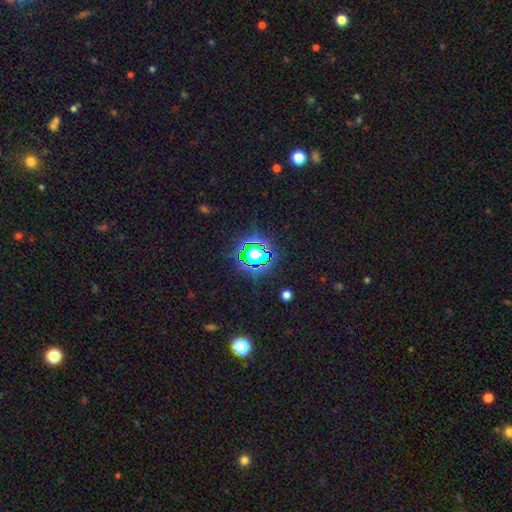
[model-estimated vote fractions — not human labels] This is likely a star or artifact rather than a galaxy (63%).